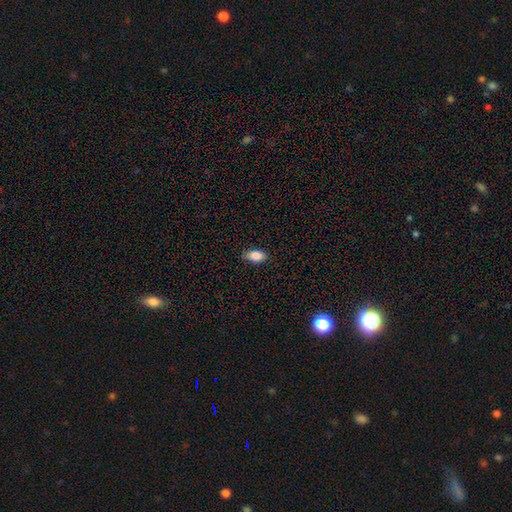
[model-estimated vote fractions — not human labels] This is clearly a smooth galaxy (87%). How rounded: clearly in between (91%). Merging: clearly none (85%).